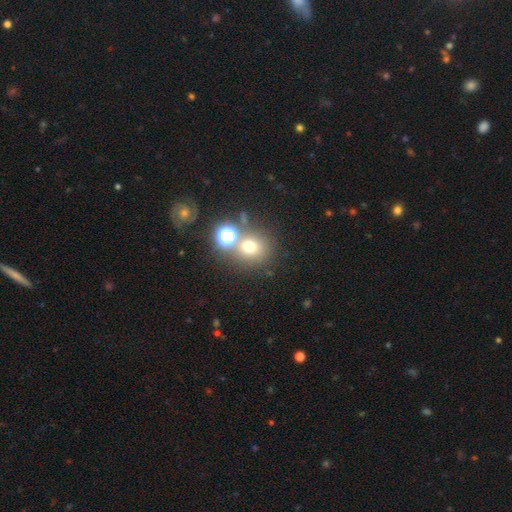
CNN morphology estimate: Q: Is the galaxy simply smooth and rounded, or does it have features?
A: smooth — 56%.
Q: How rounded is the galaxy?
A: round — 82%.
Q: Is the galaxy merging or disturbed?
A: none — 59%.